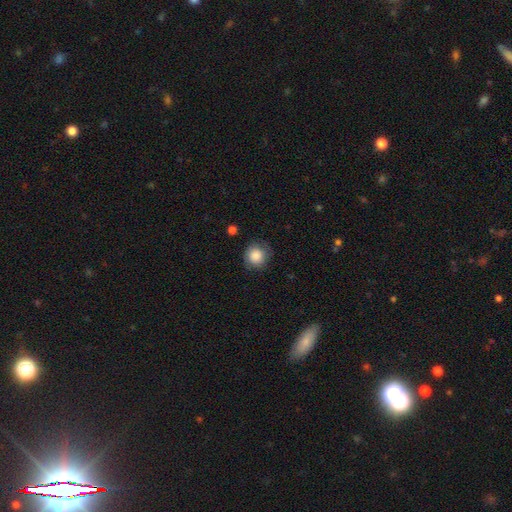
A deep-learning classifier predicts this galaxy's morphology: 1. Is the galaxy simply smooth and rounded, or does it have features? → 86% smooth, 8% star or artifact, 6% featured or disk.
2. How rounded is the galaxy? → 88% round, 11% in between, 1% cigar-shaped.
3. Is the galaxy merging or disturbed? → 78% none, 16% minor disturbance, 4% major disturbance, 1% merger.